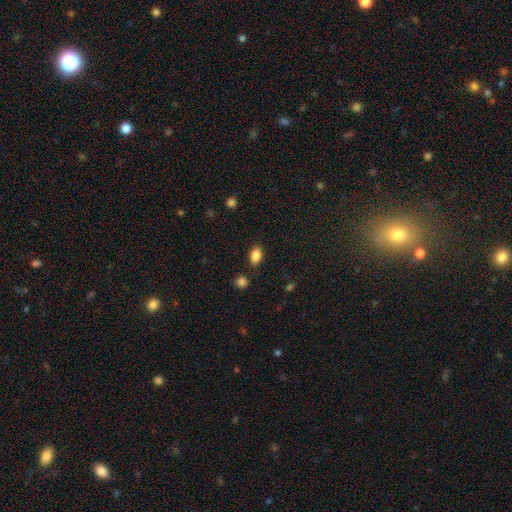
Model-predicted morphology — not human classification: type=smooth (86%); roundness=in between (87%); merging=none (81%).